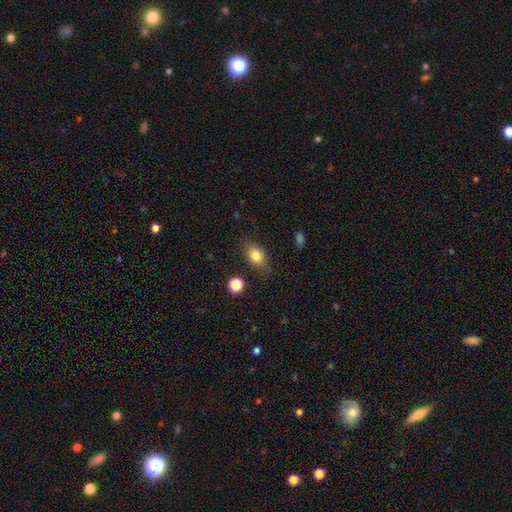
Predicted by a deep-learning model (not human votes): A smooth galaxy with no disk features (81%) that is in between round and cigar-shaped (76%). Merging: none (78%).